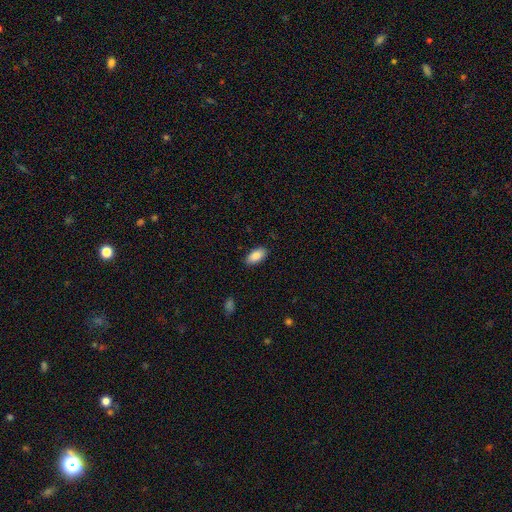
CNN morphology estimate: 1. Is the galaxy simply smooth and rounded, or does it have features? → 88% smooth, 7% star or artifact, 6% featured or disk.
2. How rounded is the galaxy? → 92% in between, 5% cigar-shaped, 2% round.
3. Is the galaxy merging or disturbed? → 88% none, 9% minor disturbance, 2% major disturbance, 1% merger.